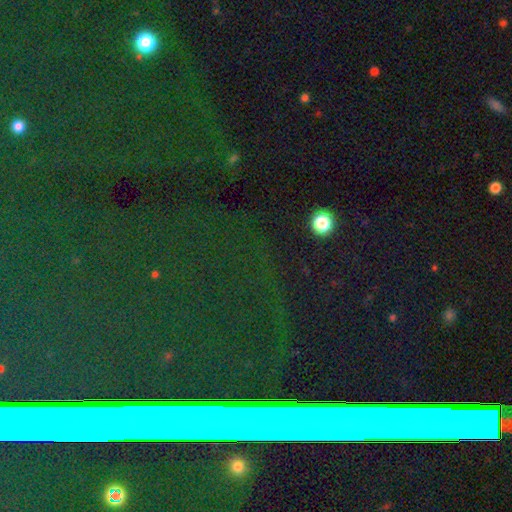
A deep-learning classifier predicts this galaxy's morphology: Q: Smooth or featured?
A: star or artifact (73%); runner-up: smooth (14%)